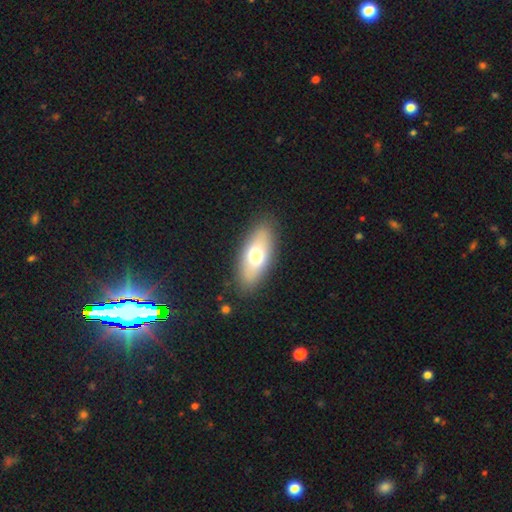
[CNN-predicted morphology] smooth 67%, featured or disk 26%, star or artifact 7%. Down the decision tree: how rounded — in between (80%); merging — none (86%).